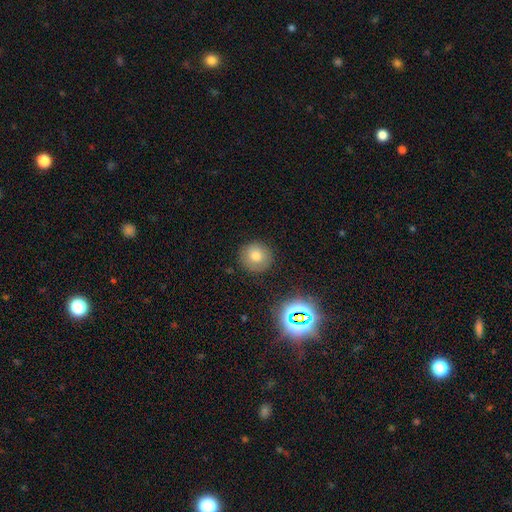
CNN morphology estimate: Smooth or featured? smooth (76%)
How rounded? round (92%)
Merging? none (88%)